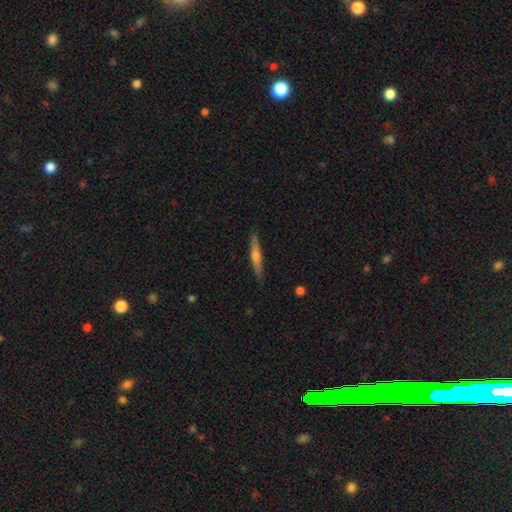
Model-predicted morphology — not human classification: smooth_or_featured: featured or disk (p=0.59) [alt: smooth p=0.35]
disk_edge_on: yes (p=0.97) [alt: no p=0.03]
edge_on_bulge: rounded (p=0.80) [alt: none p=0.15]
merging: none (p=0.90) [alt: minor disturbance p=0.07]